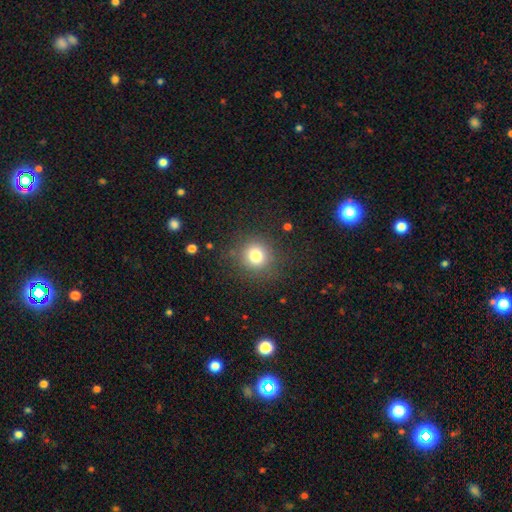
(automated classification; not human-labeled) smooth-or-featured: smooth: 78% | star or artifact: 14% | featured or disk: 8%
  how-rounded: round: 90% | in between: 9% | cigar-shaped: 1%
  merging: none: 85% | minor disturbance: 9% | major disturbance: 4% | merger: 1%